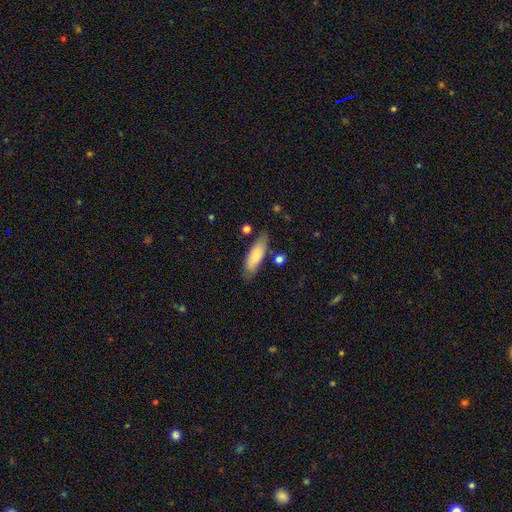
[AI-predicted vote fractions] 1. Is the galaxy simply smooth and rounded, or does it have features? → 79% smooth, 15% featured or disk, 6% star or artifact.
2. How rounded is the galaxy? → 57% in between, 42% cigar-shaped, 2% round.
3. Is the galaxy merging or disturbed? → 77% none, 16% minor disturbance, 4% merger, 3% major disturbance.